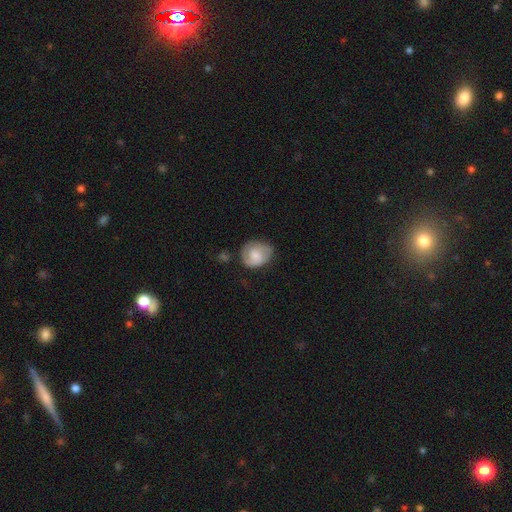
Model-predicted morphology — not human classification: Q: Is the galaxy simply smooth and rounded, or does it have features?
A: smooth — 48%.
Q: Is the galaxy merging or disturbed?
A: none — 63%.